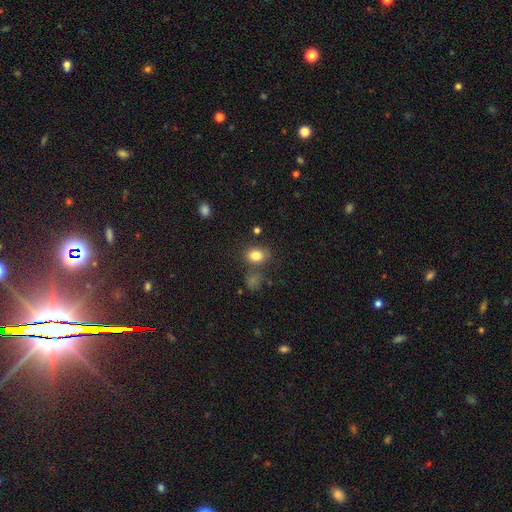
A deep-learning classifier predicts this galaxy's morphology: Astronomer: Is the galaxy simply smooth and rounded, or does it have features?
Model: smooth — 83%.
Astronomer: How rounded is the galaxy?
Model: in between — 64%.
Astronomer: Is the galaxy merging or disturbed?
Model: none — 69%.